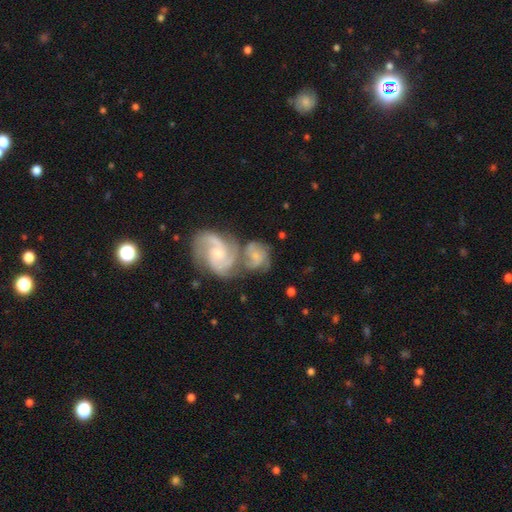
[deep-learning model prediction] Smooth or featured? featured or disk (82%)
Edge-on disk? no (98%)
Bar? no (59%)
Spiral arms? yes (96%)
Spiral winding? medium (54%)
Spiral arm count? 3 (39%)
Bulge size? small (66%)
Merging? merger (63%)